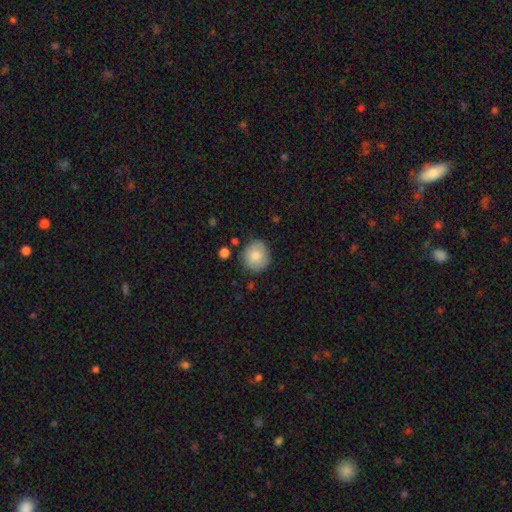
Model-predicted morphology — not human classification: This is clearly a smooth galaxy (83%). How rounded: clearly round (81%). Merging: clearly none (81%).